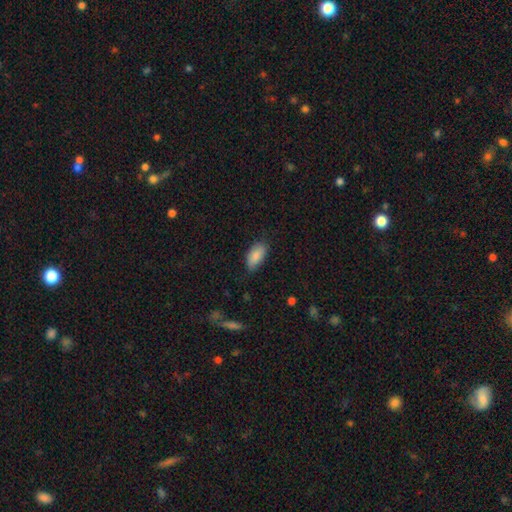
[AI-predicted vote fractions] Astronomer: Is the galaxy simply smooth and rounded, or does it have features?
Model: smooth — 87%.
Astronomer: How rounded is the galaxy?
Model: in between — 93%.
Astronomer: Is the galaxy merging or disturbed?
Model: none — 76%.